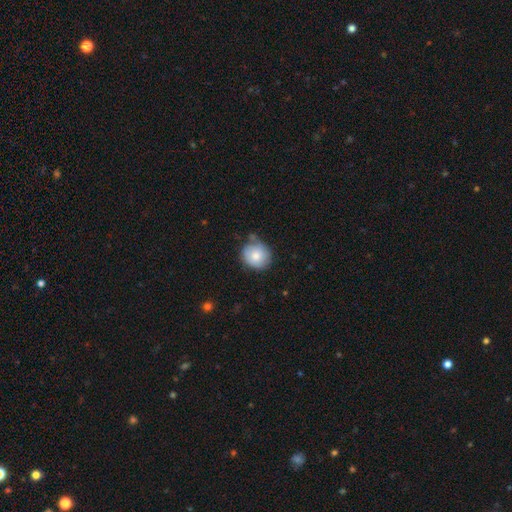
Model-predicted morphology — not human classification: Smooth or featured? smooth (77%)
How rounded? round (85%)
Merging? none (66%)